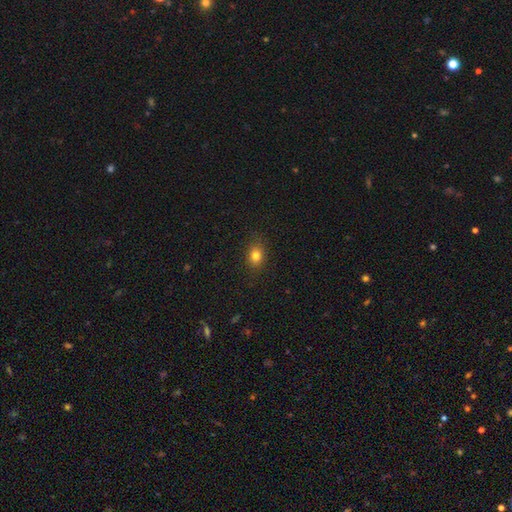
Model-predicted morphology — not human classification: Smooth or featured: smooth — 80% (star or artifact — 12%)
How rounded: in between — 57% (round — 42%)
Merging: none — 84% (minor disturbance — 12%)